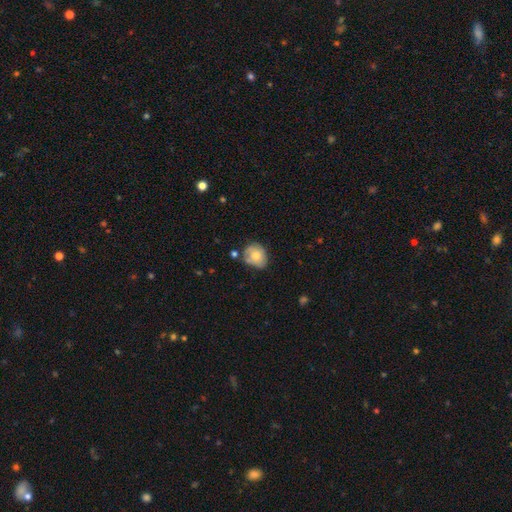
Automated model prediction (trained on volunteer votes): Smooth or featured? smooth (71%)
How rounded? round (63%)
Merging? none (54%)